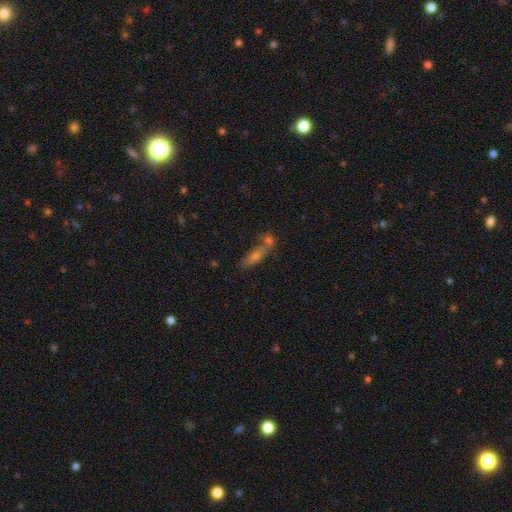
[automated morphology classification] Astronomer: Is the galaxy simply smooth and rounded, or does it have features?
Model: smooth — 52% (runner-up: featured or disk, 32%).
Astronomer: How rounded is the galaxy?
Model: cigar-shaped — 48% (runner-up: in between, 46%).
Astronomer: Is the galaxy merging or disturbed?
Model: none — 44% (runner-up: merger, 40%).